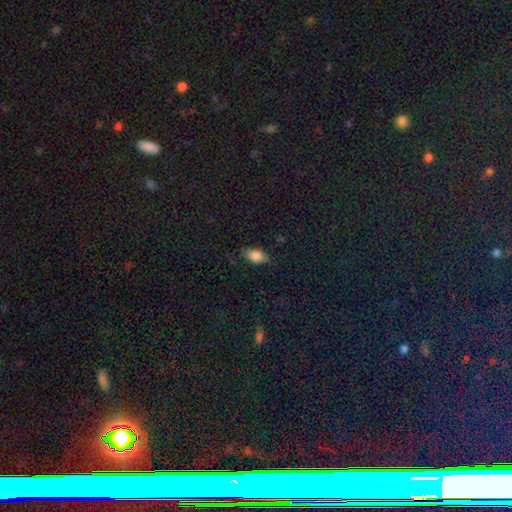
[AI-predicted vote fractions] smooth_or_featured: smooth (p=0.81) [alt: featured or disk p=0.10]
how_rounded: in between (p=0.89) [alt: cigar-shaped p=0.06]
merging: none (p=0.76) [alt: minor disturbance p=0.18]